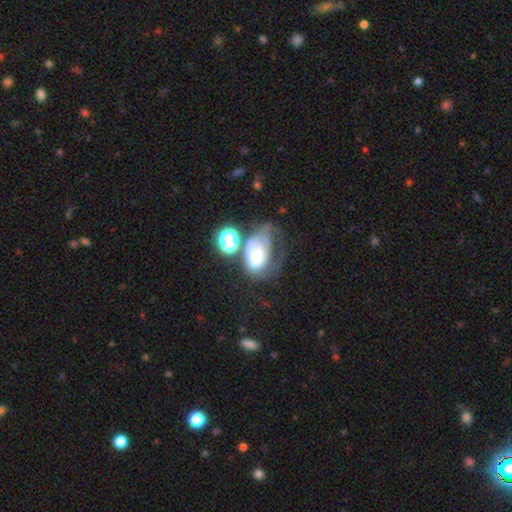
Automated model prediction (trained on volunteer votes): Smooth or featured: smooth — 45% (featured or disk — 40%)
Merging: major disturbance — 42% (merger — 26%)